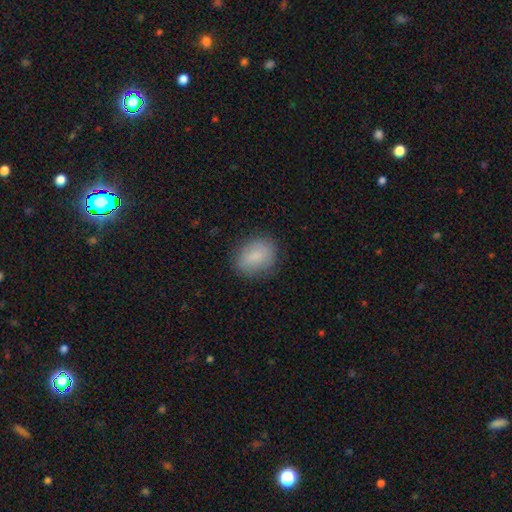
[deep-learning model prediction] smooth-or-featured: smooth: 84% | featured or disk: 9% | star or artifact: 7%
  how-rounded: in between: 63% | round: 35% | cigar-shaped: 1%
  merging: none: 81% | minor disturbance: 14% | major disturbance: 4% | merger: 1%